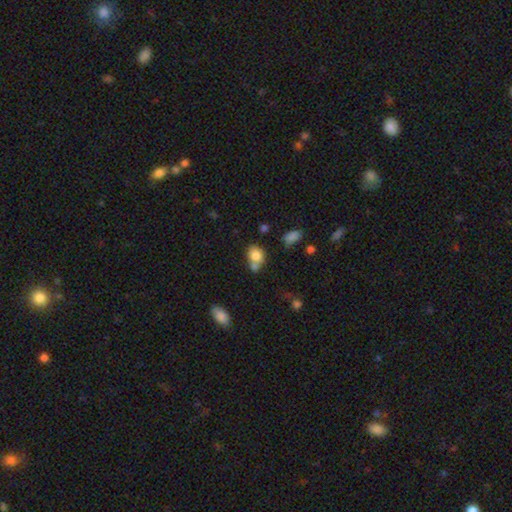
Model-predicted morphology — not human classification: Smooth or featured? Predicted: smooth (p=0.80). How rounded? Predicted: in between (p=0.55). Merging? Predicted: none (p=0.43).